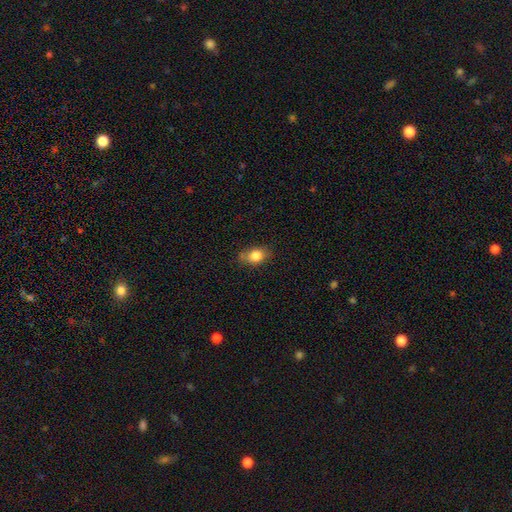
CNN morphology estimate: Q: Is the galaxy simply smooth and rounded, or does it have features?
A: smooth — 82%.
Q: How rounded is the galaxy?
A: in between — 61%.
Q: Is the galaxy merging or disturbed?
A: none — 70%.